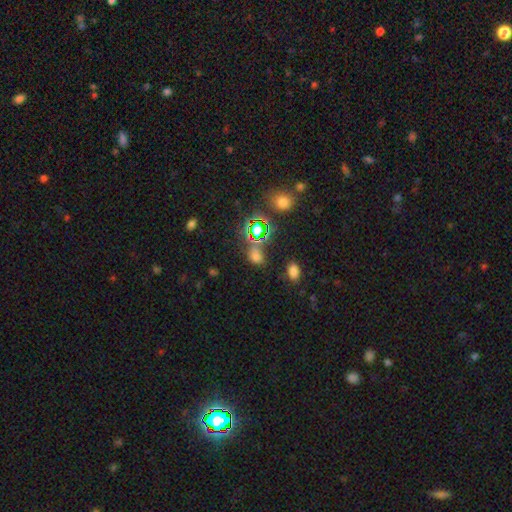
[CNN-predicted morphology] Smooth or featured? Predicted: smooth (p=0.51). How rounded? Predicted: in between (p=0.58). Merging? Predicted: none (p=0.63).